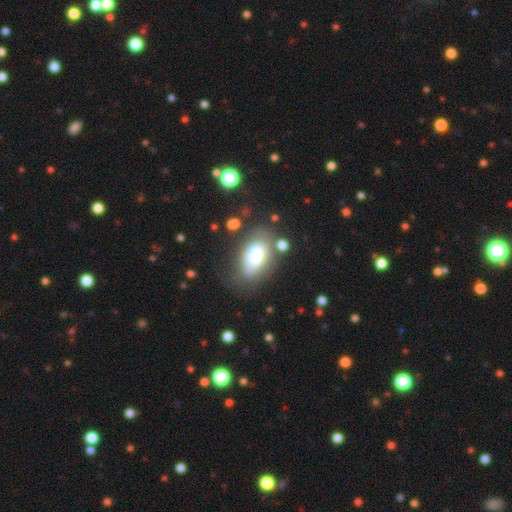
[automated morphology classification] smooth-or-featured: smooth: 70% | featured or disk: 21% | star or artifact: 9%
  how-rounded: in between: 88% | round: 9% | cigar-shaped: 2%
  merging: none: 55% | minor disturbance: 23% | major disturbance: 13% | merger: 8%